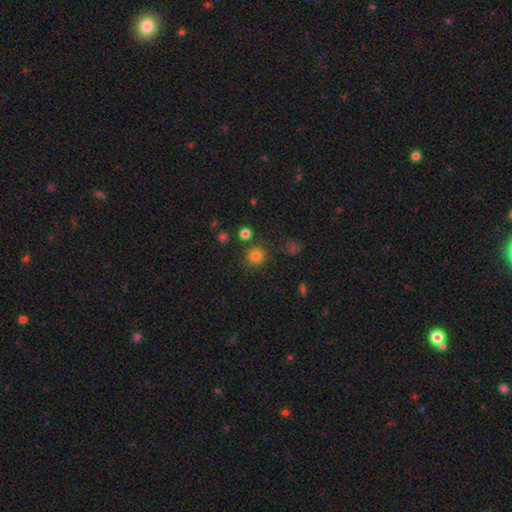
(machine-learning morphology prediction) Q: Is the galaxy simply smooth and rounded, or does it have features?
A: smooth — 81%.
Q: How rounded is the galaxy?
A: round — 90%.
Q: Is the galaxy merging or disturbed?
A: none — 82%.